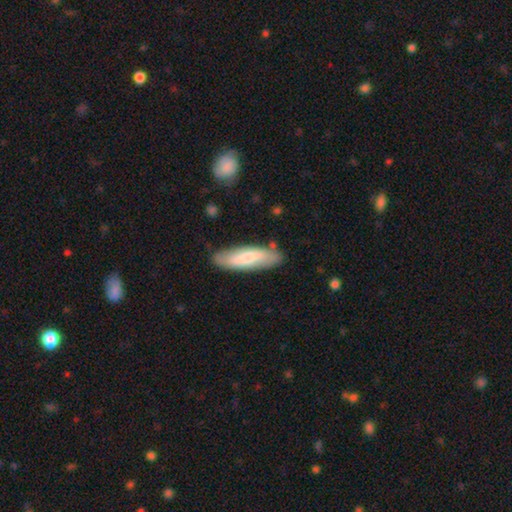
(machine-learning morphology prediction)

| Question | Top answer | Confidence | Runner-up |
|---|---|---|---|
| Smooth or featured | smooth | 67% | featured or disk (27%) |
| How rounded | cigar-shaped | 50% | in between (48%) |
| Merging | none | 80% | minor disturbance (14%) |